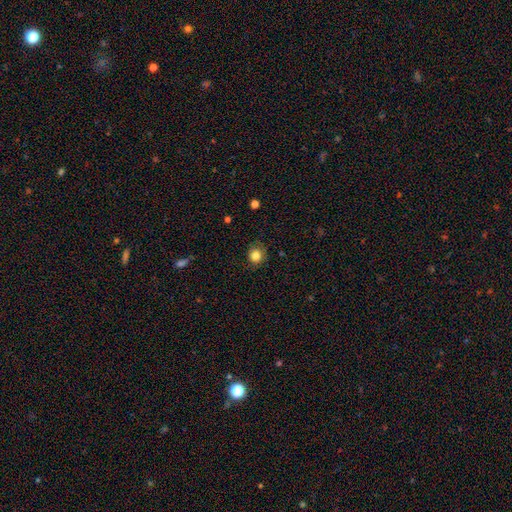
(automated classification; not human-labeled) This appears to be a smooth galaxy with no disk features (83%) that is round (85%). Merging: none (80%).